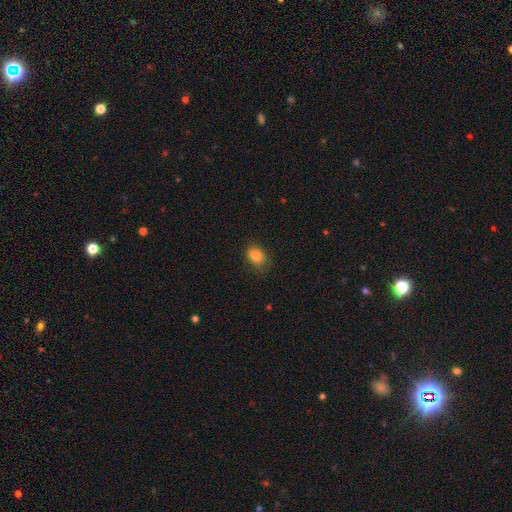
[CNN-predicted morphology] Smooth or featured: smooth — 85% (star or artifact — 10%)
How rounded: in between — 68% (round — 31%)
Merging: none — 74% (minor disturbance — 20%)